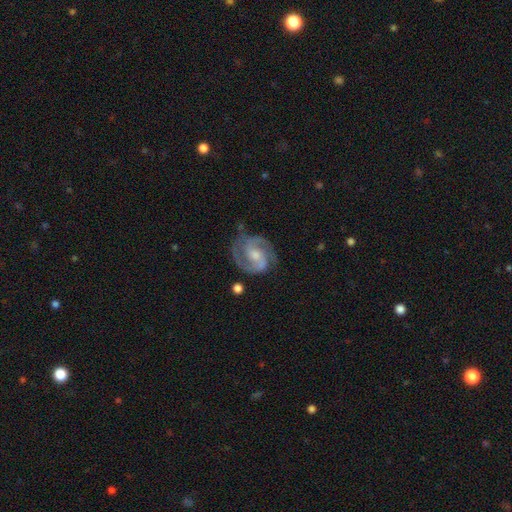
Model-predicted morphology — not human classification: type=featured or disk (91%); edge-on=no (98%); bar=no (45%); spiral arms=yes (98%); winding=medium (52%); arm count=2 (87%); bulge=moderate (52%); merging=none (77%).